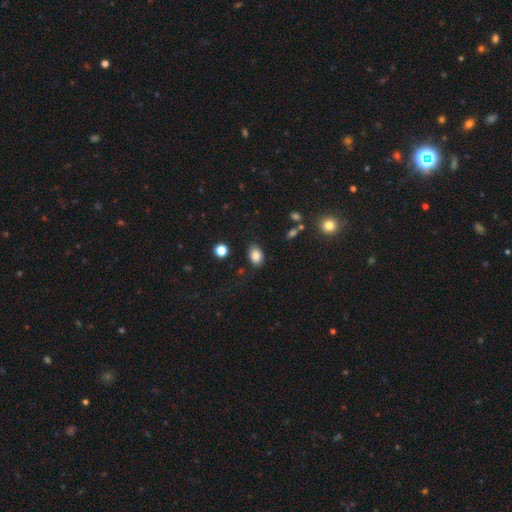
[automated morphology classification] Smooth or featured? Predicted: smooth (p=0.84). How rounded? Predicted: in between (p=0.80). Merging? Predicted: none (p=0.83).